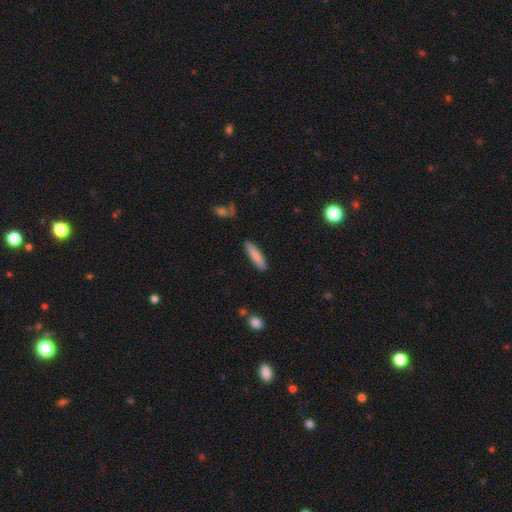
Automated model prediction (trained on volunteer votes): Smooth or featured?
  - smooth: 84% *
  - featured or disk: 10%
  - star or artifact: 6%
How rounded?
  - cigar-shaped: 78% *
  - in between: 21%
  - round: 1%
Merging?
  - none: 88% *
  - minor disturbance: 8%
  - major disturbance: 2%
  - merger: 2%